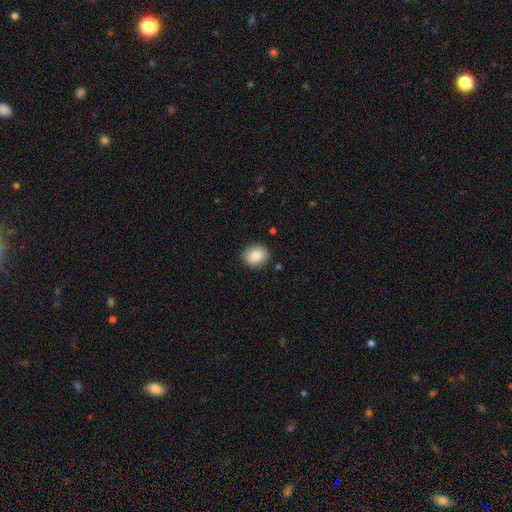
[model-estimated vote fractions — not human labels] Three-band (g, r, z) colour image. It shows a smooth galaxy with no disk features (87%) that is round (59%). Merging: none (87%).